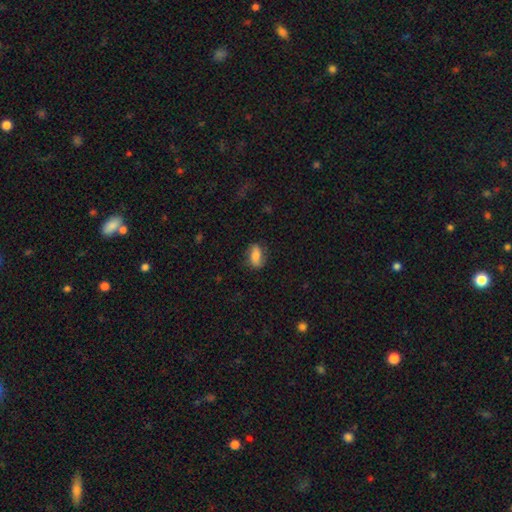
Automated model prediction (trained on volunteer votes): smooth-or-featured: smooth: 70% | featured or disk: 22% | star or artifact: 8%
  how-rounded: in between: 86% | round: 7% | cigar-shaped: 7%
  merging: none: 76% | minor disturbance: 18% | major disturbance: 6% | merger: 1%